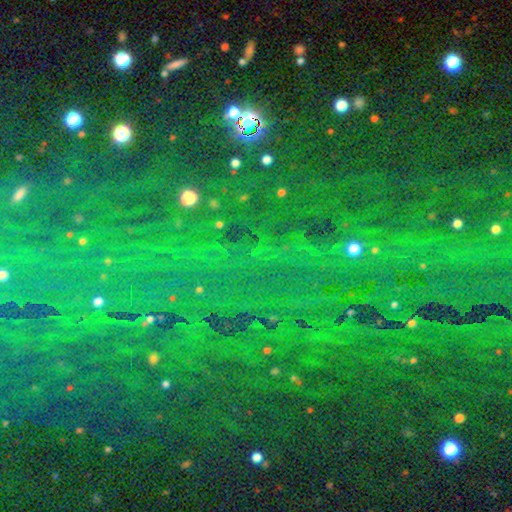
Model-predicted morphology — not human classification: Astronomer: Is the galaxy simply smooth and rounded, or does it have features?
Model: star or artifact — 84%.